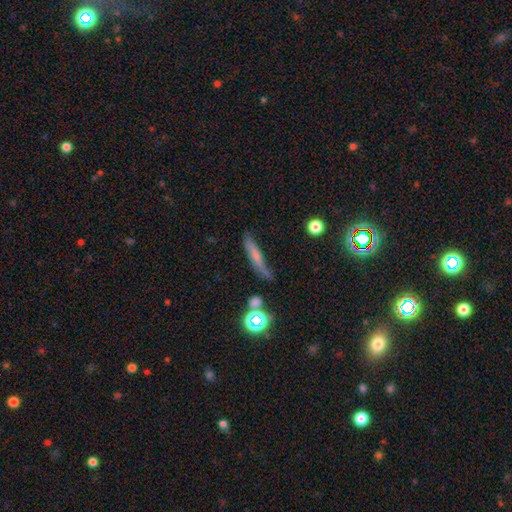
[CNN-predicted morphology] Smooth or featured? Predicted: smooth (p=0.51). How rounded? Predicted: cigar-shaped (p=0.85). Merging? Predicted: none (p=0.65).